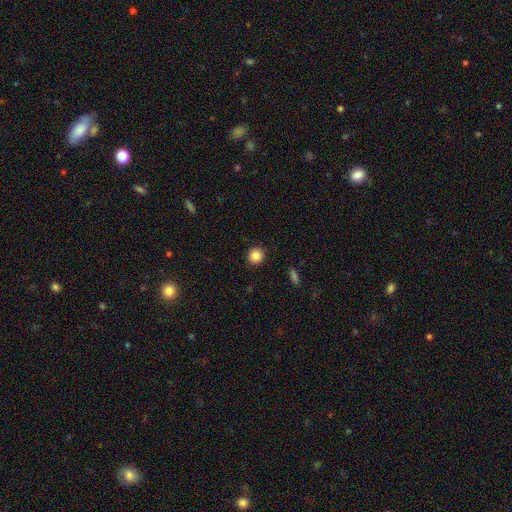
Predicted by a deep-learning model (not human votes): Morphology: type=smooth (85%); roundness=round (89%); merging=none (92%).